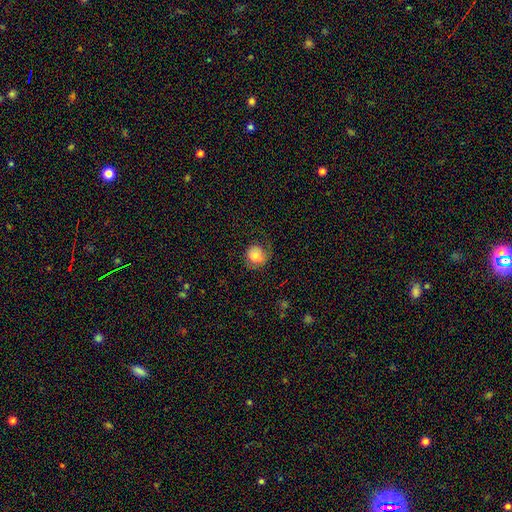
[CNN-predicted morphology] smooth 77%, featured or disk 14%, star or artifact 10%. Down the decision tree: how rounded — round (84%); merging — none (65%).